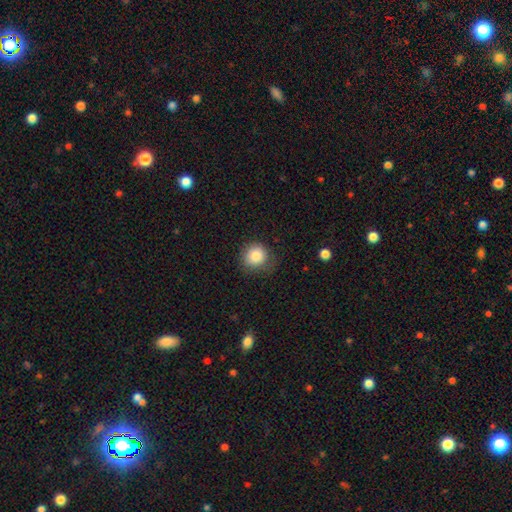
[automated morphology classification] Smooth or featured: smooth — 84% (star or artifact — 10%)
How rounded: round — 87% (in between — 12%)
Merging: none — 72% (minor disturbance — 20%)